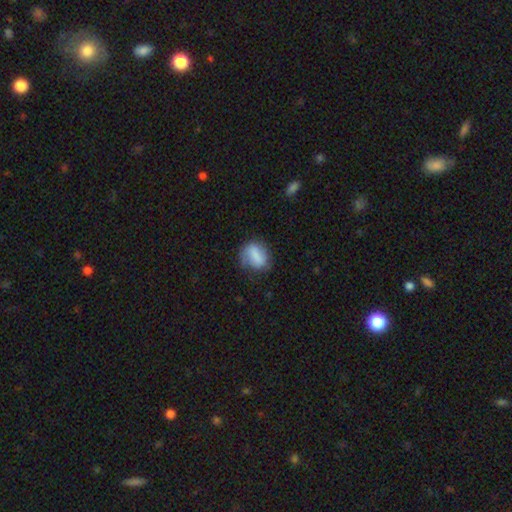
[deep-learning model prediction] smooth-or-featured: smooth: 74% | featured or disk: 18% | star or artifact: 8%
  how-rounded: in between: 59% | round: 37% | cigar-shaped: 3%
  merging: none: 60% | minor disturbance: 26% | major disturbance: 11% | merger: 3%